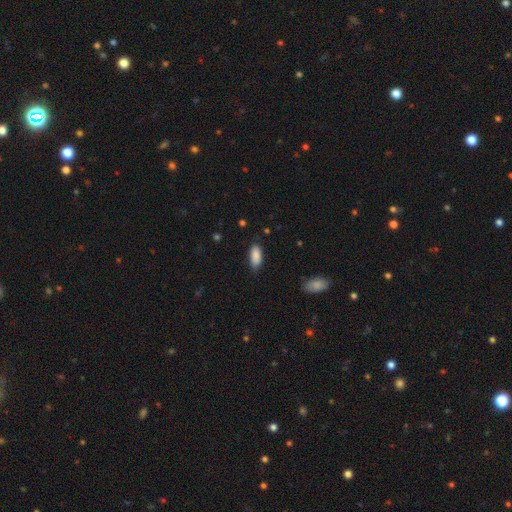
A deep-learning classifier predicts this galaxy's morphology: smooth-or-featured: smooth: 89% | star or artifact: 7% | featured or disk: 5%
  how-rounded: in between: 85% | cigar-shaped: 13% | round: 2%
  merging: none: 79% | minor disturbance: 16% | major disturbance: 3% | merger: 1%